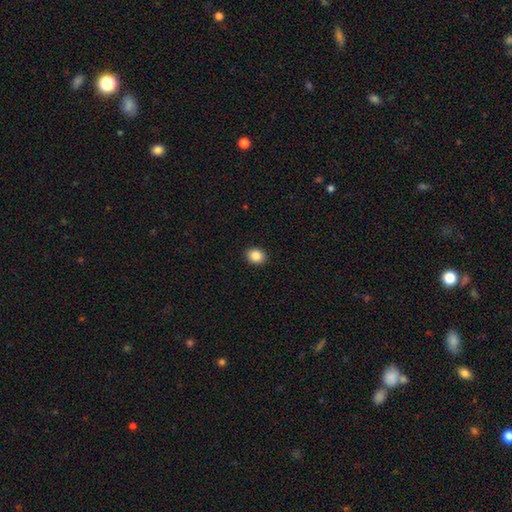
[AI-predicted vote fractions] smooth-or-featured: smooth: 86% | star or artifact: 9% | featured or disk: 4%
  how-rounded: round: 52% | in between: 47% | cigar-shaped: 1%
  merging: none: 91% | minor disturbance: 6% | major disturbance: 2% | merger: 1%